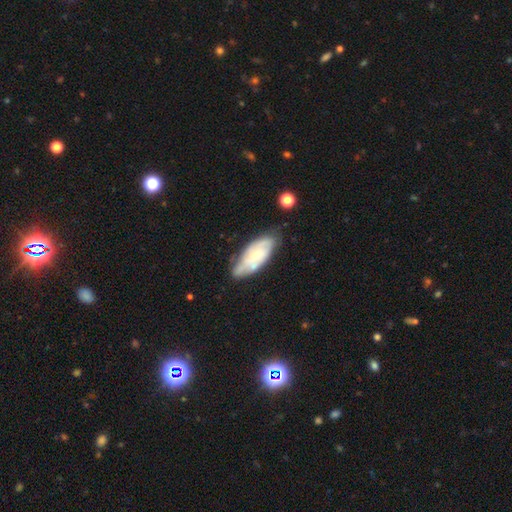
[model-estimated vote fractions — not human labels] Smooth or featured? Predicted: featured or disk (p=0.52). Edge-on disk? Predicted: no (p=0.87). Merging? Predicted: none (p=0.59).